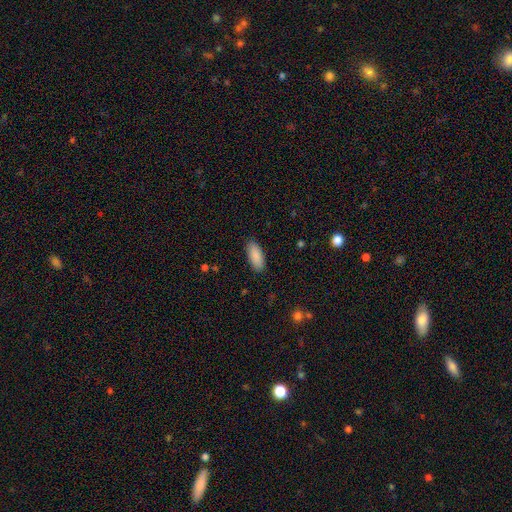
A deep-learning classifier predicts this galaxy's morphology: A smooth galaxy with no disk features (89%) that is in between round and cigar-shaped (81%). Merging: none (88%).